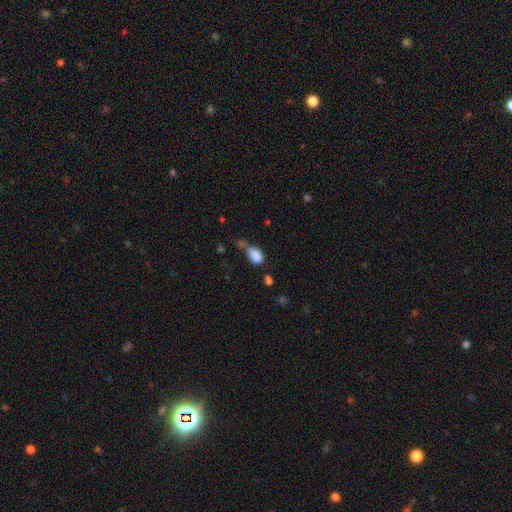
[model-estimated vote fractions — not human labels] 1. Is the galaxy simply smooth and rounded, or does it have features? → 84% smooth, 9% star or artifact, 7% featured or disk.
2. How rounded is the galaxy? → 85% in between, 13% round, 2% cigar-shaped.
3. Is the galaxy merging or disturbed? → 33% none, 28% merger, 23% minor disturbance, 16% major disturbance.